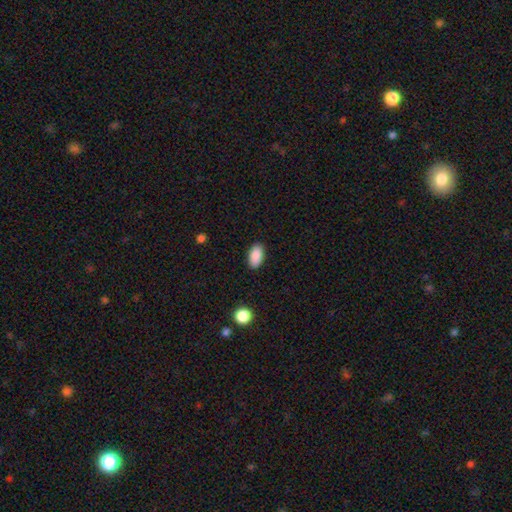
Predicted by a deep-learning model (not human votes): smooth_or_featured: smooth (p=0.89) [alt: star or artifact p=0.07]
how_rounded: in between (p=0.94) [alt: round p=0.04]
merging: none (p=0.88) [alt: minor disturbance p=0.09]